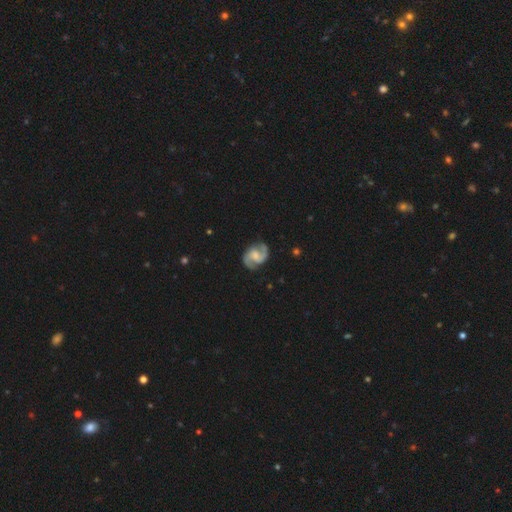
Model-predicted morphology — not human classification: A featured or disk galaxy (88%) with a weak bar (49%), 2 (93%) medium (57%) spiral arms (98%) and a moderate central bulge (35%). Merging: none (81%).